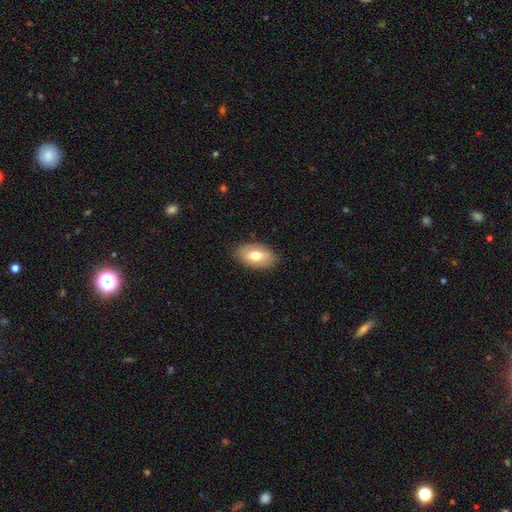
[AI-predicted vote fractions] Smooth or featured? Predicted: smooth (p=0.74). How rounded? Predicted: in between (p=0.93). Merging? Predicted: none (p=0.86).